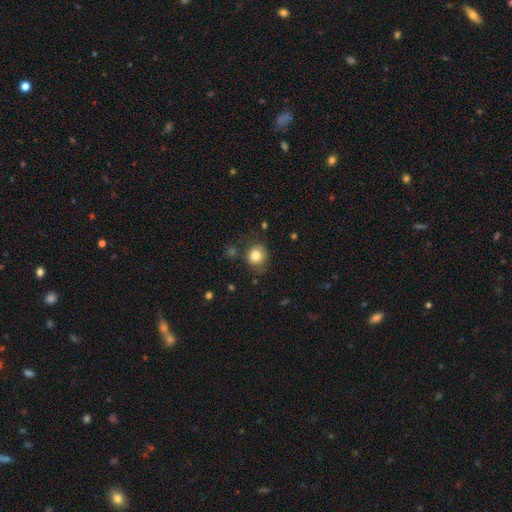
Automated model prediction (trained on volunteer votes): smooth_or_featured: smooth (p=0.80) [alt: star or artifact p=0.11]
how_rounded: round (p=0.80) [alt: in between p=0.19]
merging: none (p=0.72) [alt: minor disturbance p=0.18]